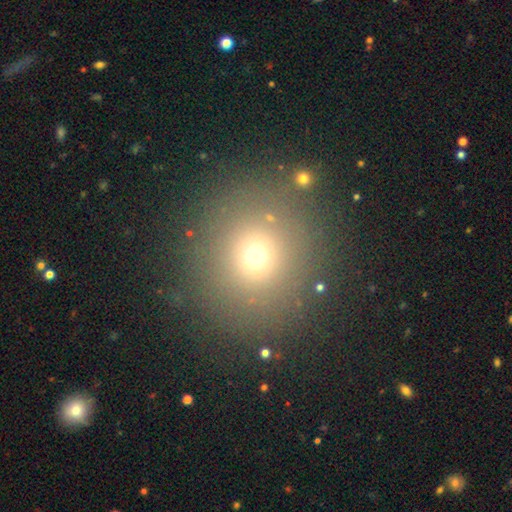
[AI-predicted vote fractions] smooth-or-featured: smooth: 66% | star or artifact: 23% | featured or disk: 10%
  how-rounded: round: 91% | in between: 8% | cigar-shaped: 1%
  merging: none: 85% | minor disturbance: 7% | major disturbance: 4% | merger: 3%